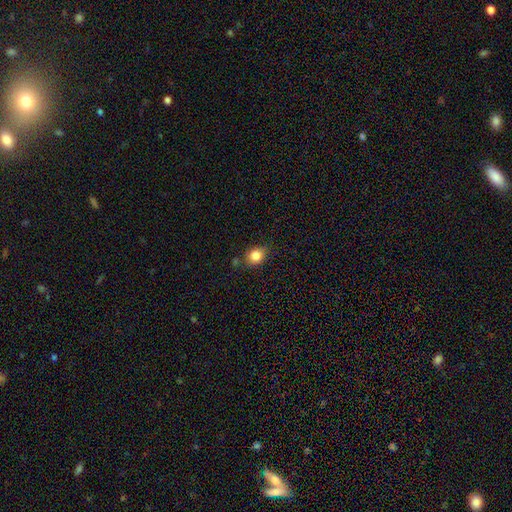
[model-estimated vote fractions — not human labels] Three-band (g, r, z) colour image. It shows a smooth galaxy with no disk features (84%) that is round (57%). Merging: none (75%).